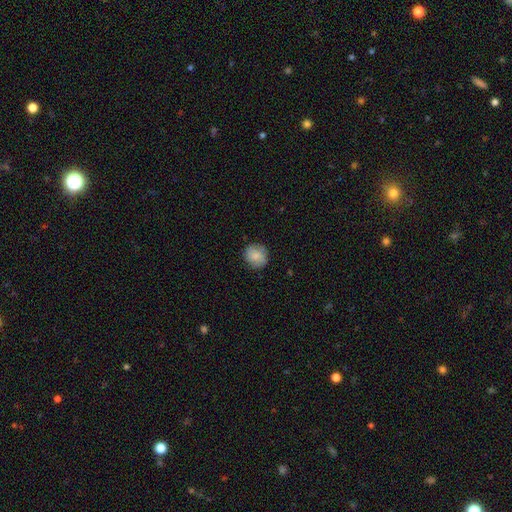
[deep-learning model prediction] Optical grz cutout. It shows a smooth galaxy with no disk features (73%) that is round (83%). Merging: none (80%).